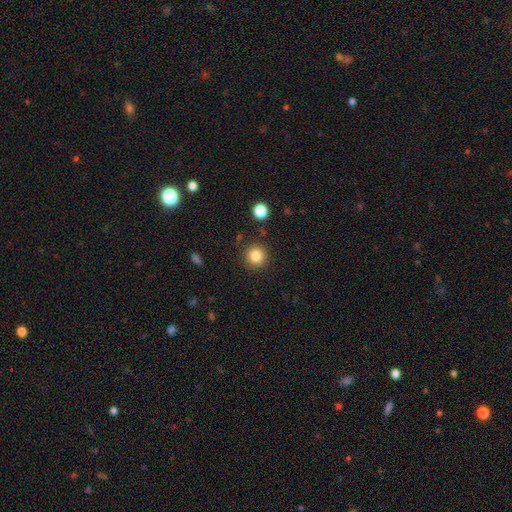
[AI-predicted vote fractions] Smooth or featured? smooth (83%)
How rounded? round (94%)
Merging? none (88%)